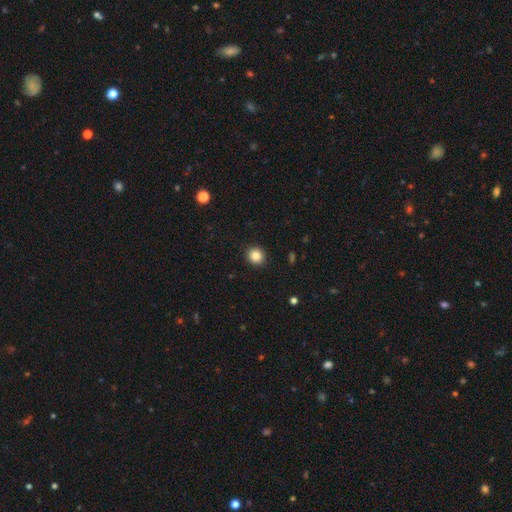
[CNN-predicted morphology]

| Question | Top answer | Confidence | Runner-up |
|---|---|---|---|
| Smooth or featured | smooth | 84% | star or artifact (10%) |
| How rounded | round | 89% | in between (10%) |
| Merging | none | 92% | minor disturbance (5%) |